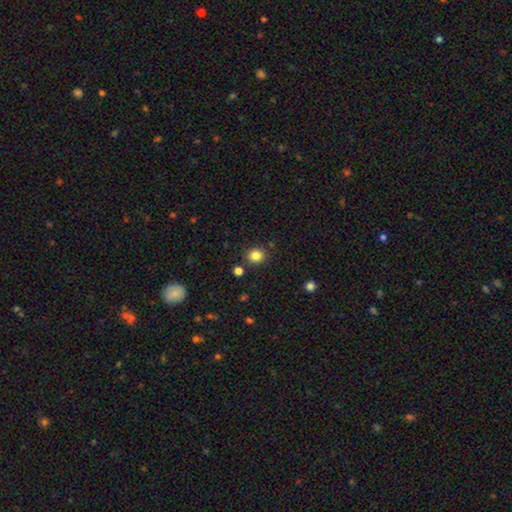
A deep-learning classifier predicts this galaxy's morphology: A smooth galaxy with no disk features (83%) that is round (85%).

Vote fractions:
- Smooth or featured? smooth: 83% / star or artifact: 12% / featured or disk: 5%
- How rounded? round: 85% / in between: 14% / cigar-shaped: 1%
- Merging? none: 86% / minor disturbance: 7% / merger: 4% / major disturbance: 2%